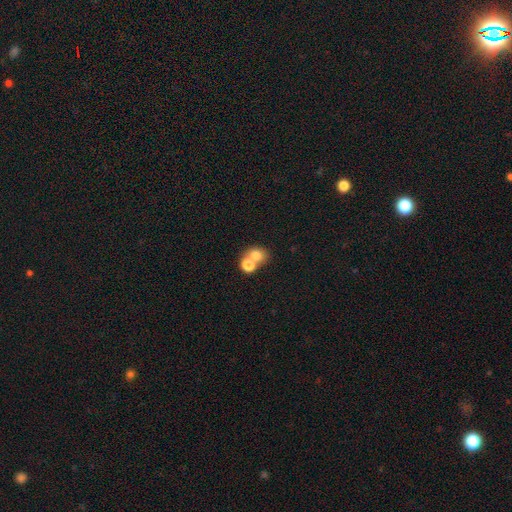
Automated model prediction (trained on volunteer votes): Smooth or featured?
  - smooth: 75% *
  - featured or disk: 13%
  - star or artifact: 12%
How rounded?
  - round: 61% *
  - in between: 38%
  - cigar-shaped: 1%
Merging?
  - merger: 53% *
  - none: 37%
  - minor disturbance: 6%
  - major disturbance: 3%